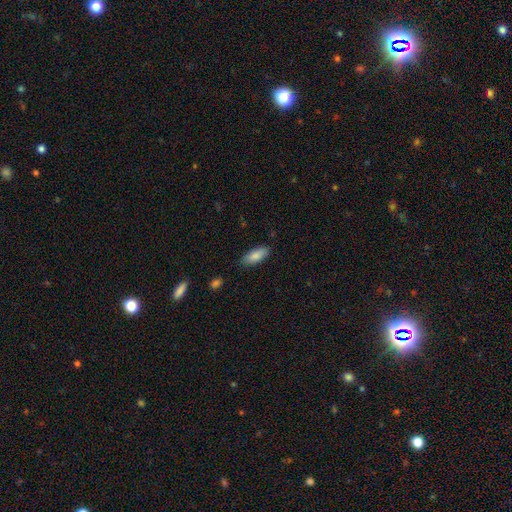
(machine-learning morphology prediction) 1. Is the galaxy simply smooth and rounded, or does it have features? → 86% smooth, 8% featured or disk, 6% star or artifact.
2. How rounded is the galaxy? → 78% in between, 21% cigar-shaped, 2% round.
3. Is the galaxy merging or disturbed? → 84% none, 13% minor disturbance, 2% major disturbance, 1% merger.